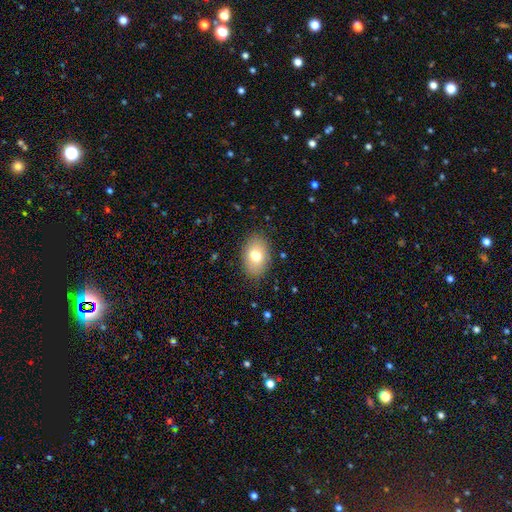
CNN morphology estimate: smooth_or_featured: smooth (p=0.75) [alt: featured or disk p=0.16]
how_rounded: in between (p=0.84) [alt: round p=0.15]
merging: none (p=0.86) [alt: minor disturbance p=0.10]